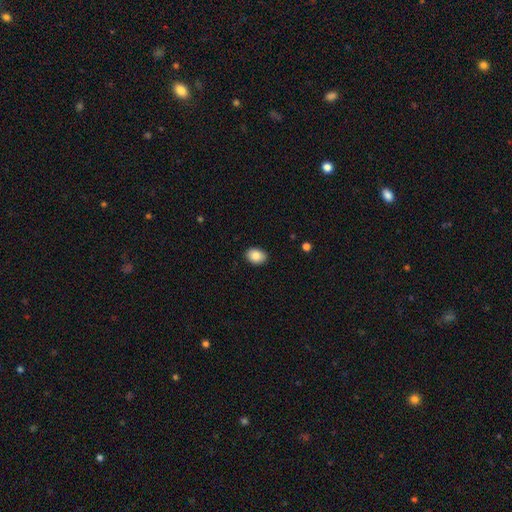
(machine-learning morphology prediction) smooth 87%, star or artifact 8%, featured or disk 5%. Down the decision tree: how rounded — in between (73%); merging — none (89%).